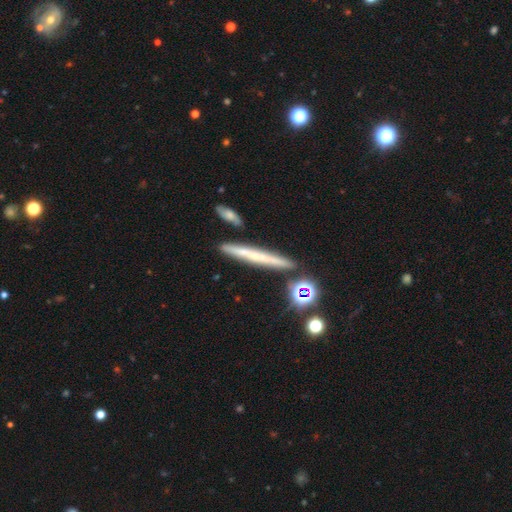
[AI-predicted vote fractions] Smooth or featured?
  - featured or disk: 47% *
  - smooth: 41%
  - star or artifact: 11%
Merging?
  - none: 83% *
  - minor disturbance: 10%
  - merger: 5%
  - major disturbance: 2%